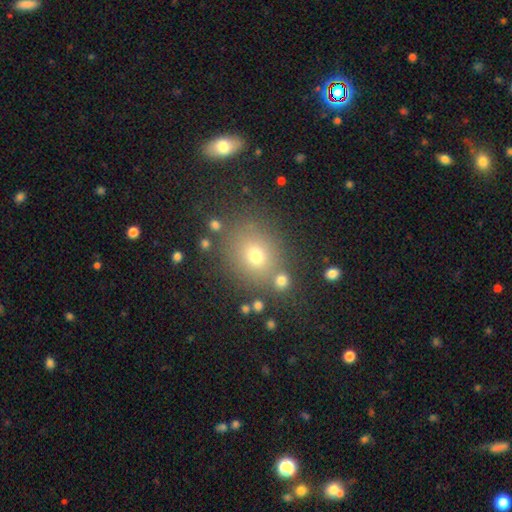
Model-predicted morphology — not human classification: Overall: smooth (68%). How rounded: round (67%; in between 32%). Merging: none (75%).